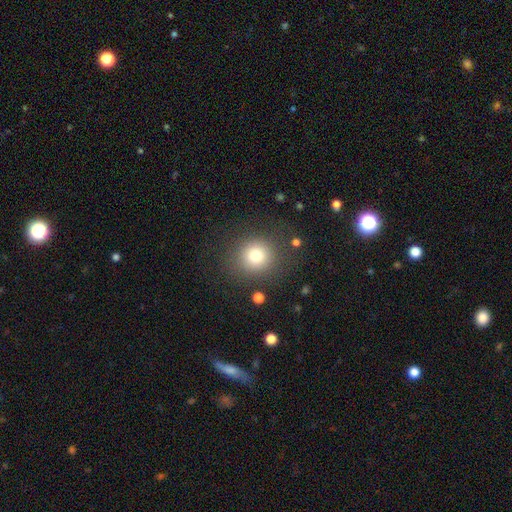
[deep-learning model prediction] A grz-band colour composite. It shows a smooth galaxy with no disk features (77%) that is round (88%). Merging: none (83%).